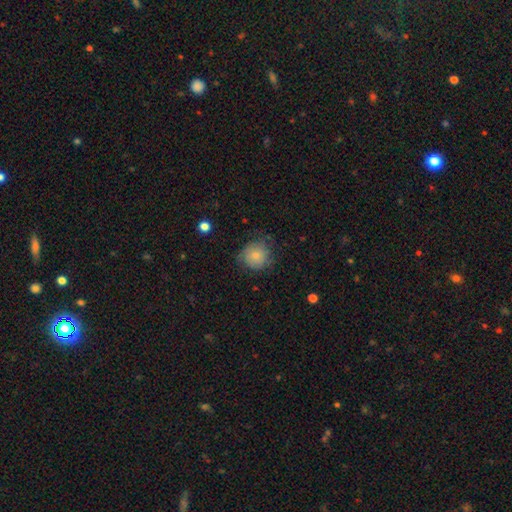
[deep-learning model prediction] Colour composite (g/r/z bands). It shows a smooth galaxy with no disk features (71%) that is round (88%). Merging: none (64%).